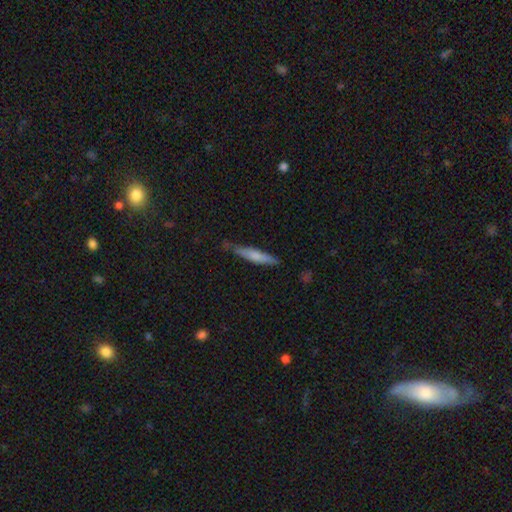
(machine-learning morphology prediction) A smooth galaxy with no disk features (65%) that is cigar-shaped (89%).

Vote fractions:
- Smooth or featured? smooth: 65% / featured or disk: 29% / star or artifact: 6%
- How rounded? cigar-shaped: 89% / in between: 9% / round: 1%
- Merging? none: 73% / minor disturbance: 21% / major disturbance: 4% / merger: 2%